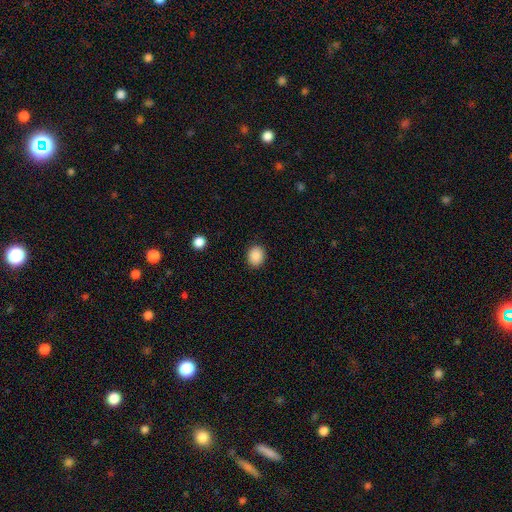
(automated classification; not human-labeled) Smooth or featured: smooth — 89% (star or artifact — 8%)
How rounded: round — 53% (in between — 47%)
Merging: none — 89% (minor disturbance — 8%)